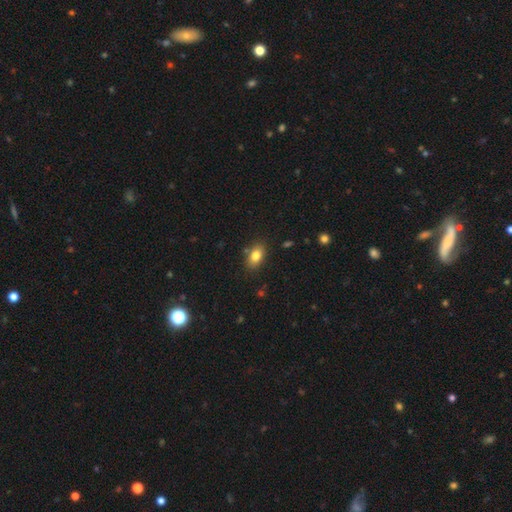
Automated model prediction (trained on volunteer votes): A smooth galaxy with no disk features (82%) that is in between round and cigar-shaped (85%).

Vote fractions:
- Smooth or featured? smooth: 82% / star or artifact: 9% / featured or disk: 9%
- How rounded? in between: 85% / round: 13% / cigar-shaped: 2%
- Merging? none: 81% / minor disturbance: 12% / merger: 4% / major disturbance: 3%